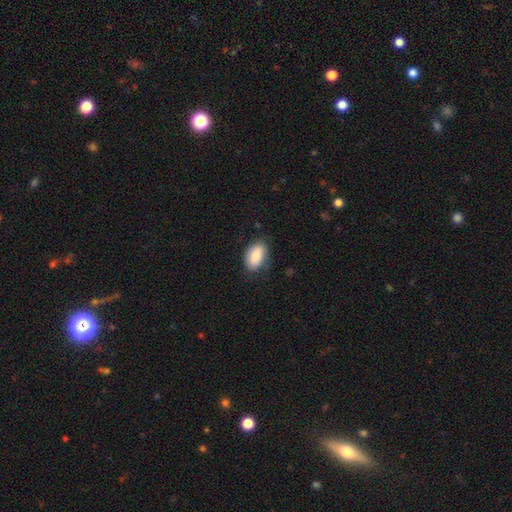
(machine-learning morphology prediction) The model was most divided on "merging": none: 74%, minor disturbance: 19%, major disturbance: 5%, merger: 1%. More confident: how rounded — in between (93%); smooth or featured — smooth (86%).